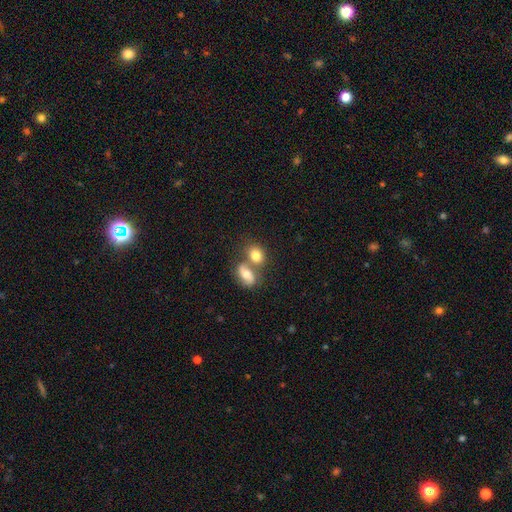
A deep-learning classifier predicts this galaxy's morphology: Q: Smooth or featured?
A: smooth (74%); runner-up: featured or disk (18%)
Q: How rounded?
A: in between (60%); runner-up: round (38%)
Q: Merging?
A: merger (50%); runner-up: none (37%)